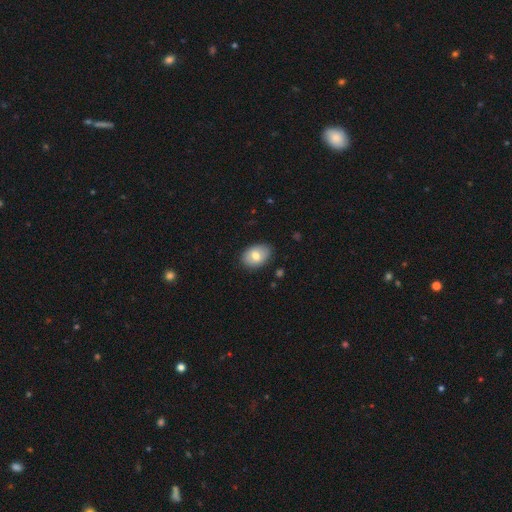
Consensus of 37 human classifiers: A smooth galaxy with no disk features (70%) that is in between round and cigar-shaped (77%).

Vote fractions:
- Smooth or featured? smooth: 70% / featured or disk: 24% / star or artifact: 5%
- How rounded? in between: 77% / round: 23% / cigar-shaped: 0%
- Merging? none: 80% / minor disturbance: 17% / merger: 3% / major disturbance: 0%